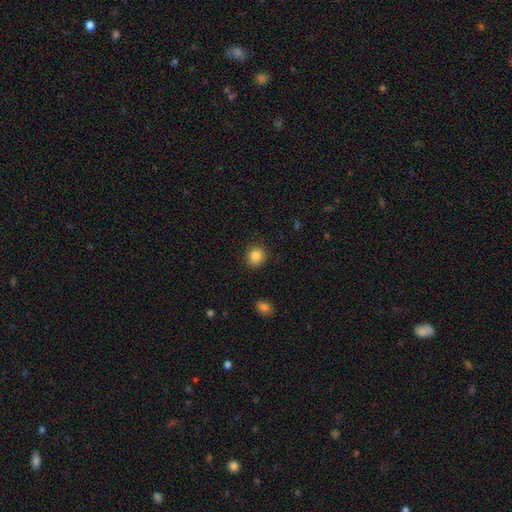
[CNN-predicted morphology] Smooth or featured? Predicted: smooth (p=0.85). How rounded? Predicted: round (p=0.83). Merging? Predicted: none (p=0.89).